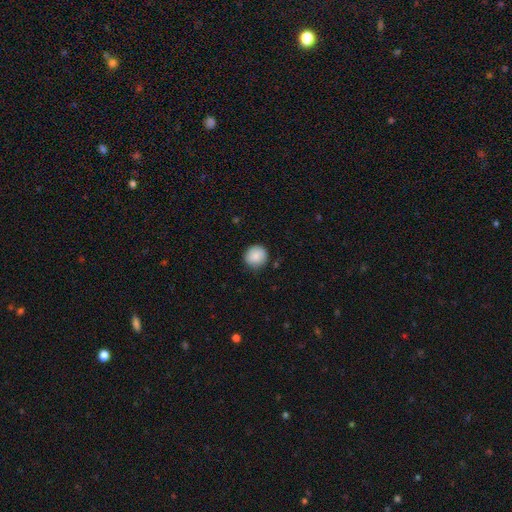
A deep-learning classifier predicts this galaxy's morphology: Q: Smooth or featured?
A: smooth (87%); runner-up: star or artifact (8%)
Q: How rounded?
A: round (92%); runner-up: in between (8%)
Q: Merging?
A: none (84%); runner-up: minor disturbance (12%)